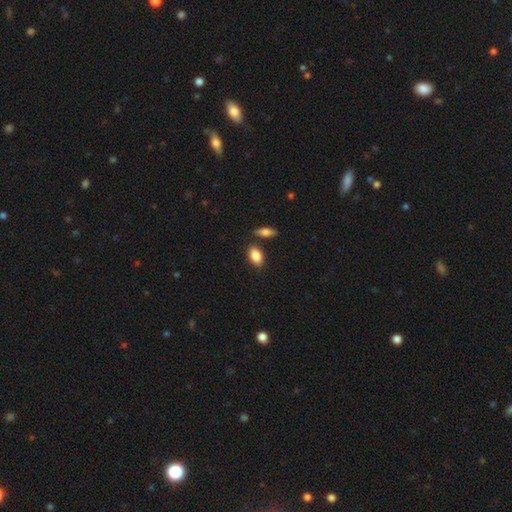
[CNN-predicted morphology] Smooth or featured?
  - smooth: 87% *
  - featured or disk: 7%
  - star or artifact: 6%
How rounded?
  - in between: 91% *
  - round: 5%
  - cigar-shaped: 4%
Merging?
  - none: 79% *
  - minor disturbance: 10%
  - merger: 9%
  - major disturbance: 3%